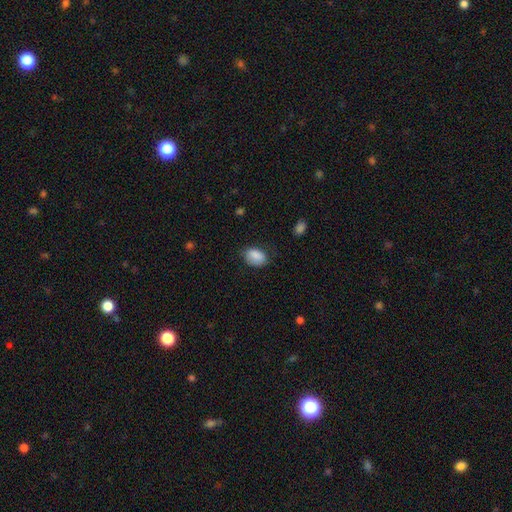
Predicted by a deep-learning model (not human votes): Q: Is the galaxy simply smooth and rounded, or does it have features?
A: smooth — 87%.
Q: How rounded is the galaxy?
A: in between — 85%.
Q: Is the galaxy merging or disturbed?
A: none — 69%.